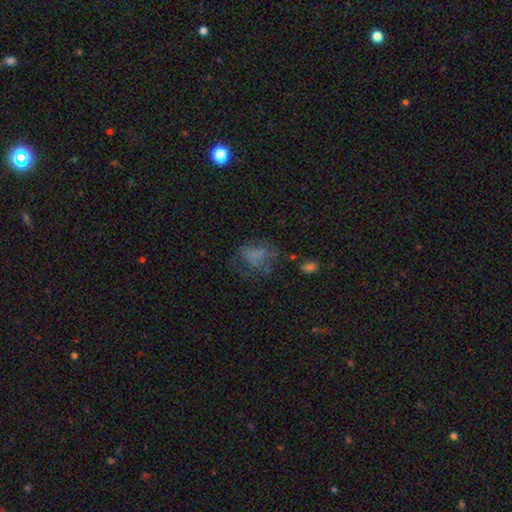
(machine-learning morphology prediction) type=smooth (49%); merging=none (37%, tied with major disturbance).